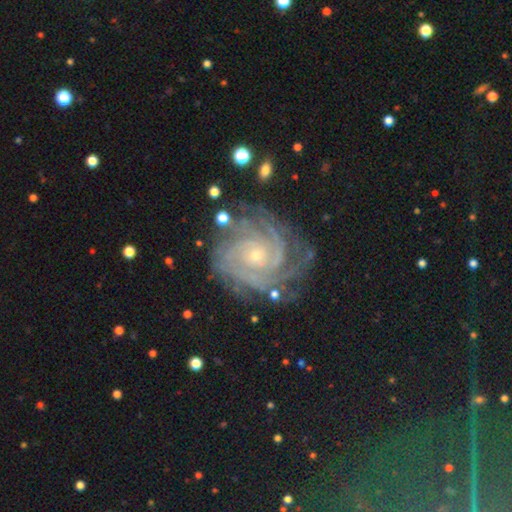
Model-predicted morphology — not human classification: A featured or disk galaxy (90%) with no bar (76%), 4 (27%) tight (80%) spiral arms (98%) and a small central bulge (81%).

Vote fractions:
- Smooth or featured? featured or disk: 90% / star or artifact: 6% / smooth: 4%
- Edge-on disk? no: 97% / yes: 3%
- Bar? no: 76% / weak: 18% / strong: 6%
- Spiral arms? yes: 98% / no: 2%
- Spiral winding? tight: 80% / medium: 18% / loose: 2%
- Spiral arm count? 4: 27% / 3: 20% / can't tell: 18% / more than 4: 15% / 2: 13% / 1: 7%
- Bulge size? small: 81% / moderate: 15% / none: 1% / large: 1% / dominant: 1%
- Merging? none: 74% / minor disturbance: 17% / major disturbance: 7% / merger: 2%